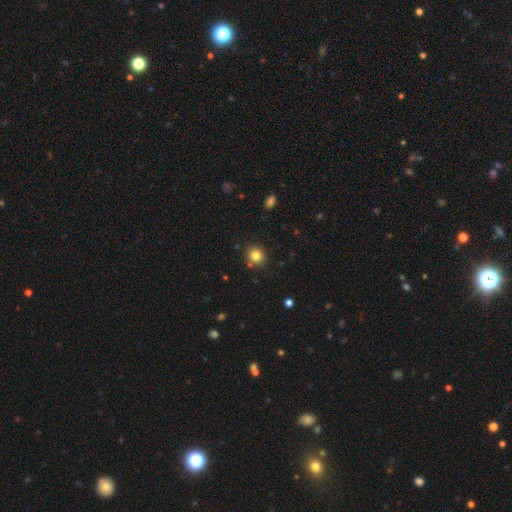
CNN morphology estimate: smooth_or_featured: smooth (p=0.82) [alt: star or artifact p=0.13]
how_rounded: round (p=0.88) [alt: in between p=0.11]
merging: none (p=0.84) [alt: minor disturbance p=0.08]